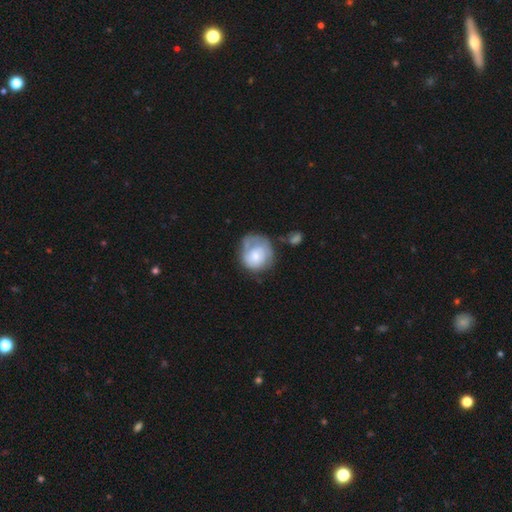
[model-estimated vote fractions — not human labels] Overall: featured or disk (47%; smooth 46%). Merging: none (49%; minor disturbance 27%).